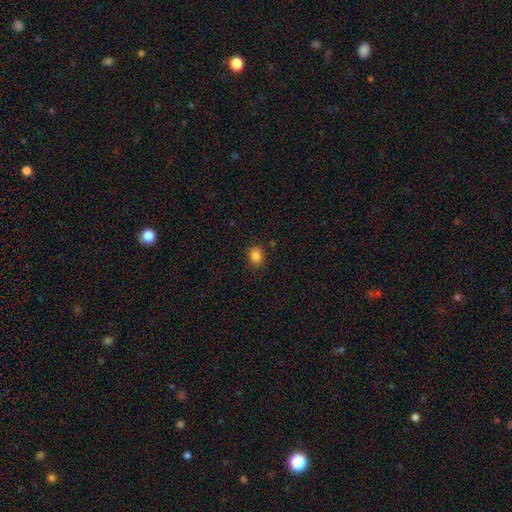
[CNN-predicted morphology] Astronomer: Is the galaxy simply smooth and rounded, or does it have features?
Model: smooth — 84%.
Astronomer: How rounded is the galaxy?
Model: round — 60% (runner-up: in between, 39%).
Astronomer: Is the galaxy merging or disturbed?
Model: none — 85%.